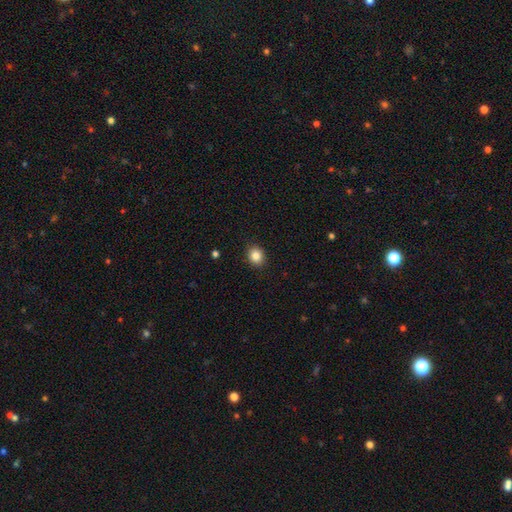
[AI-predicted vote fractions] Smooth or featured? smooth (86%)
How rounded? round (65%)
Merging? none (90%)